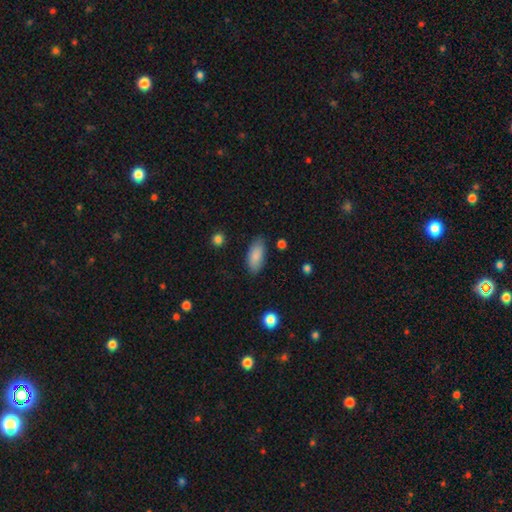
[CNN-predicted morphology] Smooth or featured? Predicted: smooth (p=0.87). How rounded? Predicted: in between (p=0.87). Merging? Predicted: none (p=0.84).